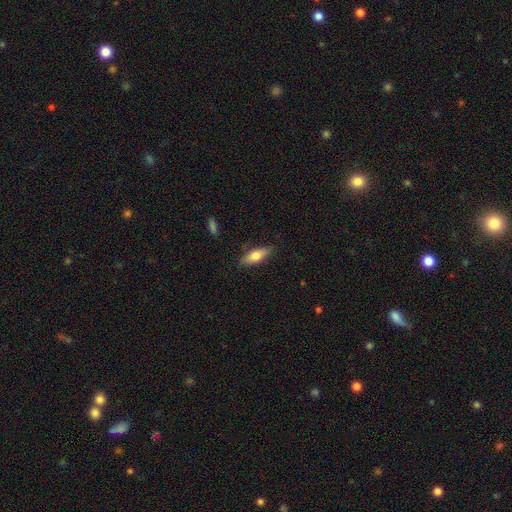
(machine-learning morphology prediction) This is likely a smooth galaxy (69%). How rounded: likely in between (63%). Merging: clearly none (81%).